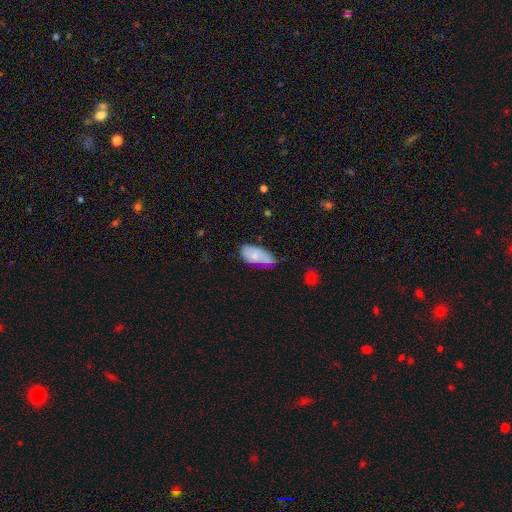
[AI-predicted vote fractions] Overall: smooth (74%). How rounded: in between (93%). Merging: none (44%; minor disturbance 41%).